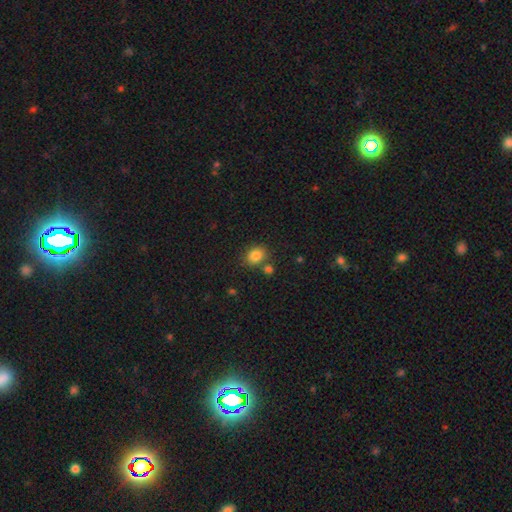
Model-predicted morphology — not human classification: type=smooth (83%); roundness=round (55%); merging=none (71%).